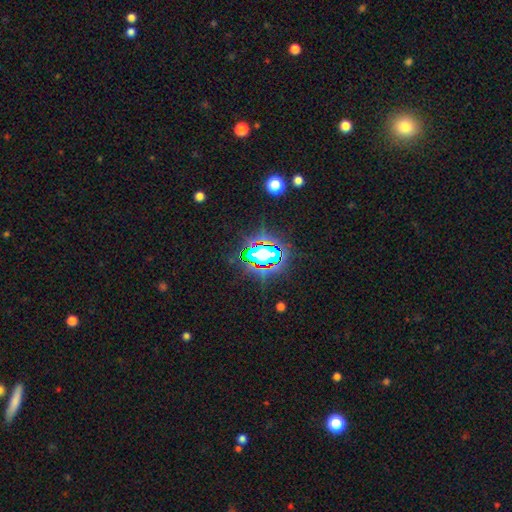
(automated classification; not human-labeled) This appears to be a star or artifact, not a galaxy (82%).